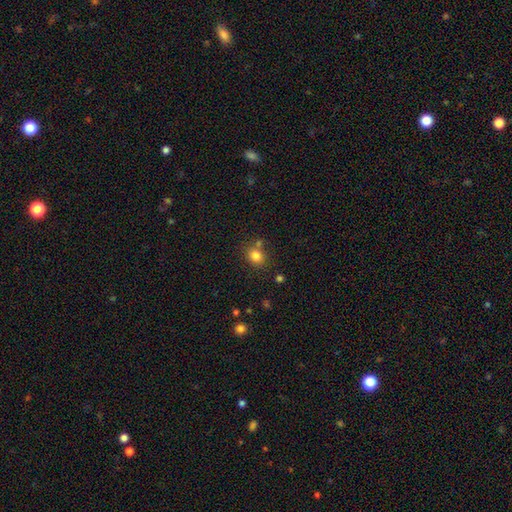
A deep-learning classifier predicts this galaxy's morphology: This is clearly a smooth galaxy (82%). How rounded: likely round (63%). Merging: likely none (69%).